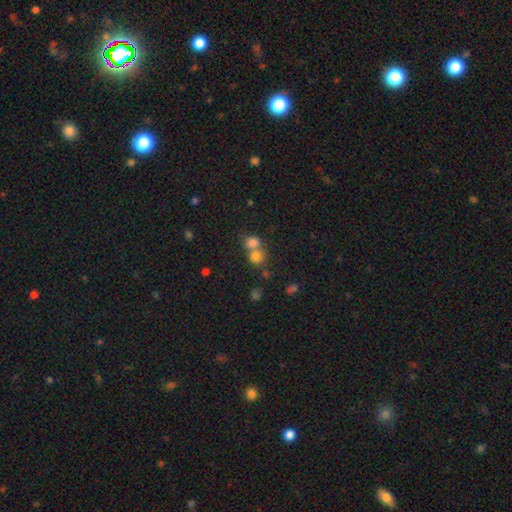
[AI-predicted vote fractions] smooth_or_featured: smooth (p=0.77) [alt: star or artifact p=0.14]
how_rounded: round (p=0.76) [alt: in between p=0.23]
merging: merger (p=0.54) [alt: none p=0.37]